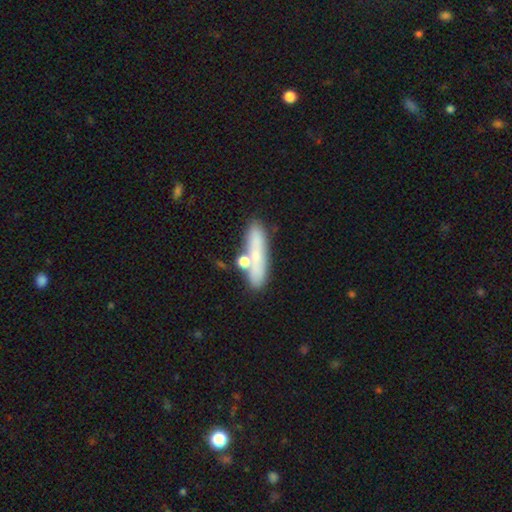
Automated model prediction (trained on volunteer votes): Q: Smooth or featured?
A: smooth (64%); runner-up: featured or disk (26%)
Q: How rounded?
A: cigar-shaped (71%); runner-up: in between (25%)
Q: Merging?
A: none (64%); runner-up: merger (17%)